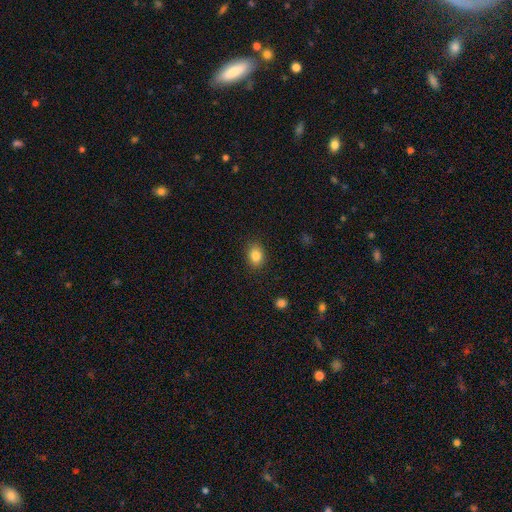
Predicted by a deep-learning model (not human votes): A smooth galaxy with no disk features (85%) that is in between round and cigar-shaped (60%). Merging: none (86%).